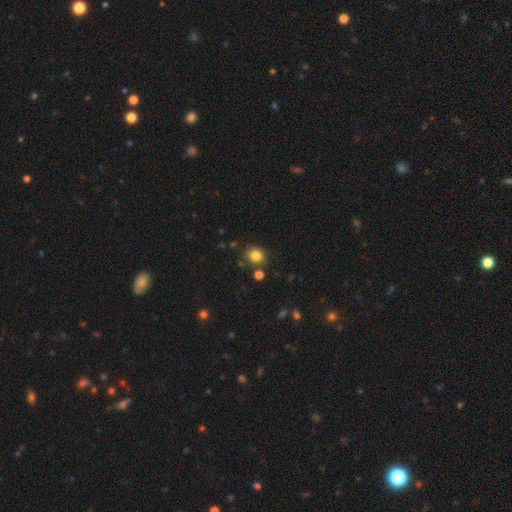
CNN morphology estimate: smooth 82%, star or artifact 12%, featured or disk 5%. Down the decision tree: how rounded — round (80%); merging — none (80%).